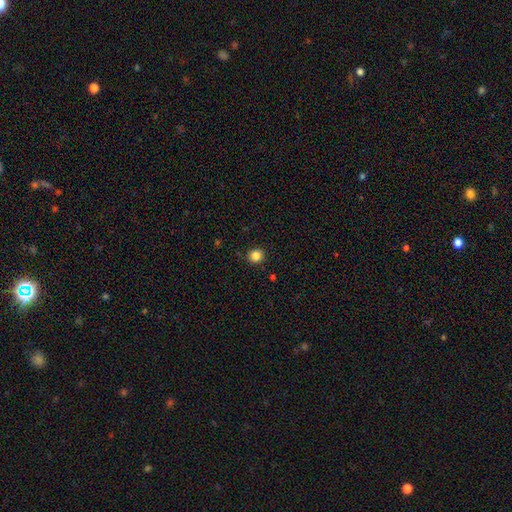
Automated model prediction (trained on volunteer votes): smooth-or-featured: smooth: 84% | star or artifact: 12% | featured or disk: 4%
  how-rounded: round: 91% | in between: 8% | cigar-shaped: 1%
  merging: none: 90% | minor disturbance: 7% | major disturbance: 2% | merger: 1%